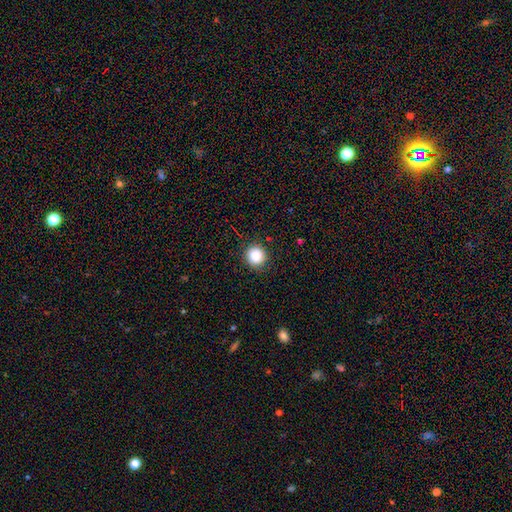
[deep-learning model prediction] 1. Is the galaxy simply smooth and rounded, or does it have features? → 87% smooth, 10% star or artifact, 3% featured or disk.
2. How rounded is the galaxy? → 94% round, 5% in between, 1% cigar-shaped.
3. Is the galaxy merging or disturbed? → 91% none, 6% minor disturbance, 2% major disturbance, 1% merger.